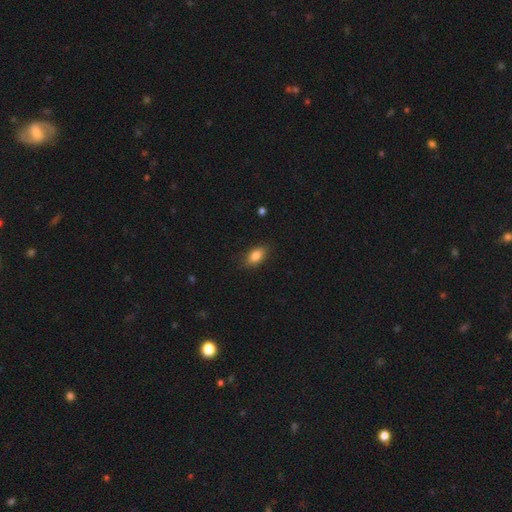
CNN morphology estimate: smooth 82%, featured or disk 10%, star or artifact 8%. Down the decision tree: how rounded — in between (86%); merging — none (82%).